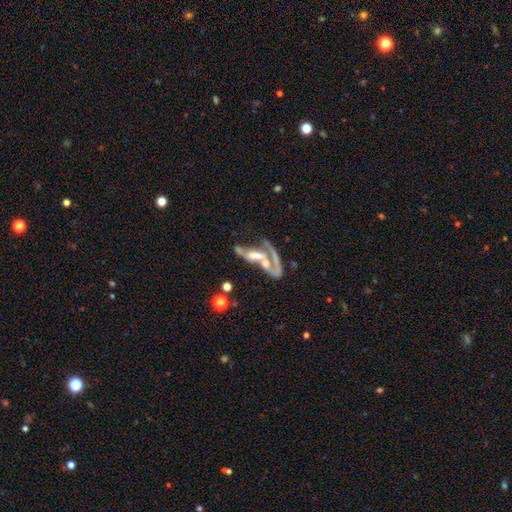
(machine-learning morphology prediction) smooth-or-featured: featured or disk: 69% | smooth: 21% | star or artifact: 10%
  disk-edge-on: no: 87% | yes: 13%
    bar: no: 56% | weak: 25% | strong: 19%
    has-spiral-arms: yes: 60% | no: 40%
    bulge-size: moderate: 39% | none: 22% | small: 21% | large: 15% | dominant: 3%
  merging: merger: 61% | major disturbance: 19% | none: 13% | minor disturbance: 7%